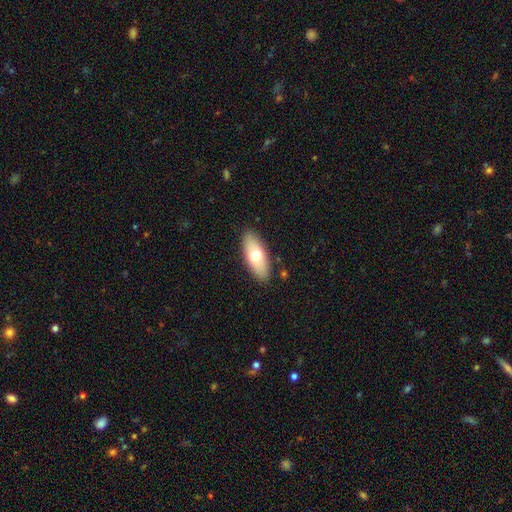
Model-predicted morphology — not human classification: Smooth or featured?
  - smooth: 67% *
  - featured or disk: 26%
  - star or artifact: 6%
How rounded?
  - in between: 81% *
  - cigar-shaped: 17%
  - round: 3%
Merging?
  - none: 87% *
  - minor disturbance: 9%
  - major disturbance: 2%
  - merger: 1%